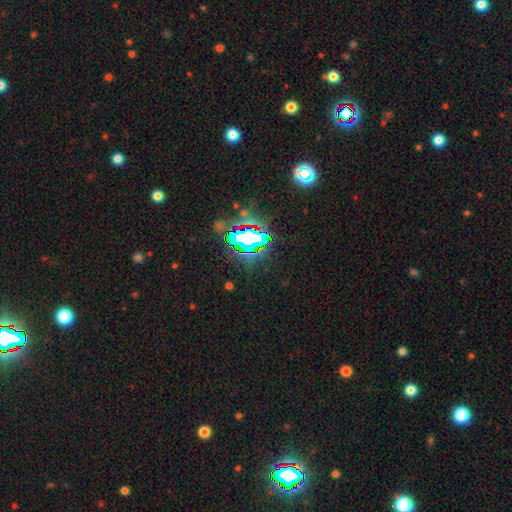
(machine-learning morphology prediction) This is clearly a star or artifact rather than a galaxy (84%).